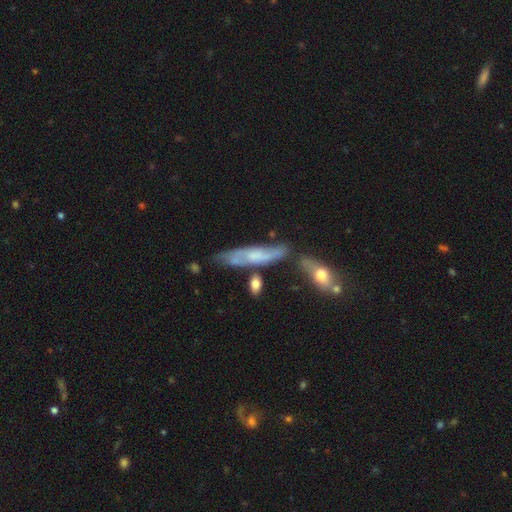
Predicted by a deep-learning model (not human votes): Smooth or featured? Predicted: featured or disk (p=0.56). Edge-on disk? Predicted: no (p=0.50, tied with yes). Merging? Predicted: none (p=0.57).